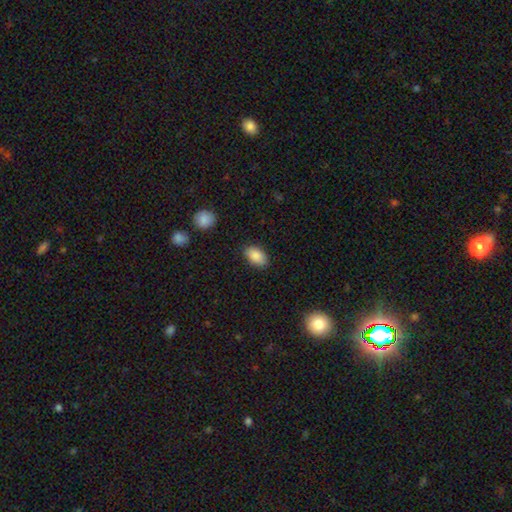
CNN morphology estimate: This appears to be a smooth galaxy with no disk features (88%) that is in between round and cigar-shaped (92%). Merging: none (84%).